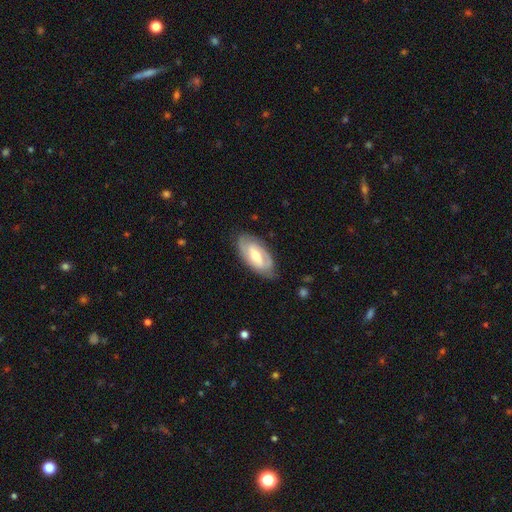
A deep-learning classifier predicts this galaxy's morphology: featured or disk 58%, smooth 37%, star or artifact 6%. Down the decision tree: edge-on disk — no (90%); bar — weak (43%); spiral arms — yes (69%); bulge size — moderate (61%); merging — none (76%).